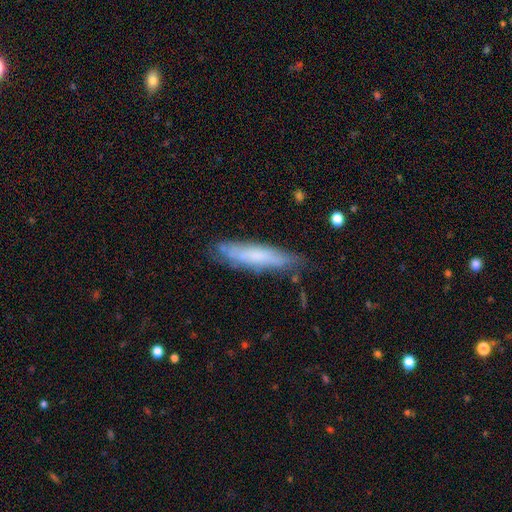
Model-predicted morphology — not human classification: Q: Smooth or featured?
A: smooth (58%); runner-up: featured or disk (34%)
Q: How rounded?
A: cigar-shaped (81%); runner-up: in between (18%)
Q: Merging?
A: none (74%); runner-up: minor disturbance (19%)